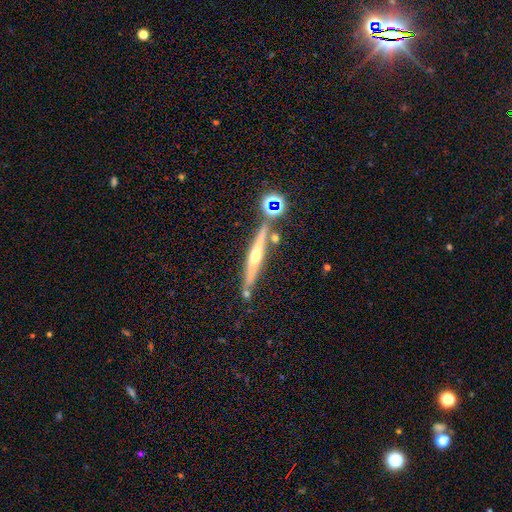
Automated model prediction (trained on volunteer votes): Morphology: type=featured or disk (71%); edge-on=yes (96%); edge-on bulge=rounded (83%); merging=none (79%).